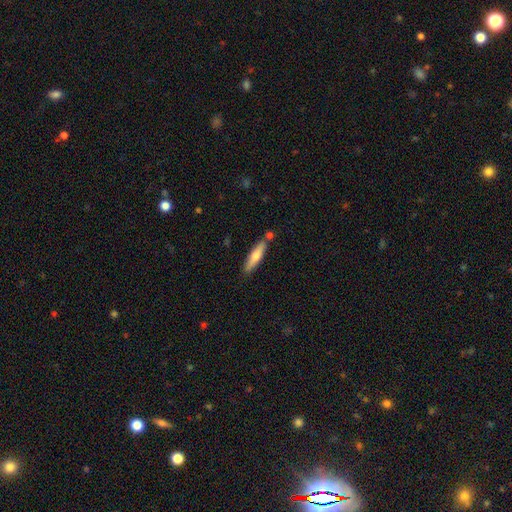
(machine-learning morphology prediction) Smooth or featured? Predicted: smooth (p=0.65). How rounded? Predicted: cigar-shaped (p=0.80). Merging? Predicted: none (p=0.76).